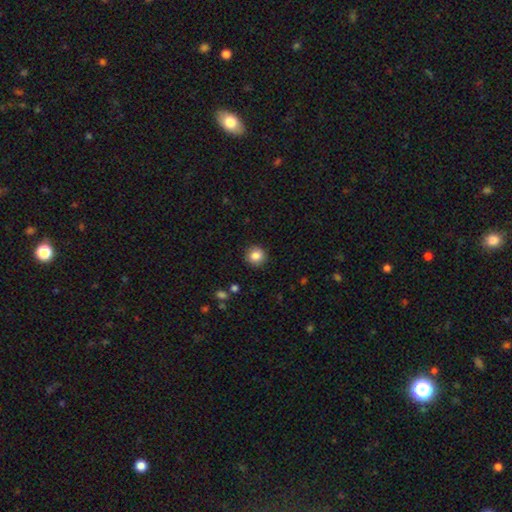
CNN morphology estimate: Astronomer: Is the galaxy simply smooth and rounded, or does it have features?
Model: smooth — 85%.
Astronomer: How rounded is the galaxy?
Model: round — 93%.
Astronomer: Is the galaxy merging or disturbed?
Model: none — 91%.